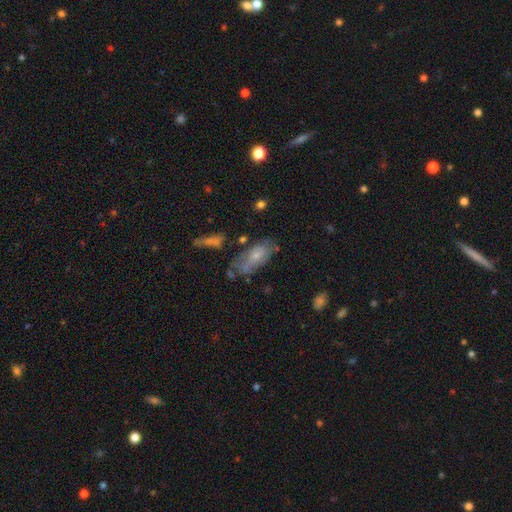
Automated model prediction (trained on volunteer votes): A smooth galaxy with no disk features (56%) that is in between round and cigar-shaped (84%).

Vote fractions:
- Smooth or featured? smooth: 56% / featured or disk: 35% / star or artifact: 8%
- How rounded? in between: 84% / cigar-shaped: 12% / round: 4%
- Merging? none: 48% / minor disturbance: 28% / major disturbance: 15% / merger: 9%